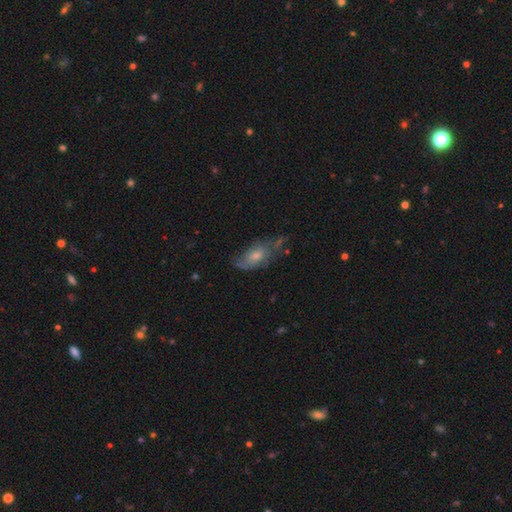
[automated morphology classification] The model was most divided on "smooth or featured": featured or disk: 53%, smooth: 35%, star or artifact: 12%. More confident: edge-on disk — no (86%); merging — none (52%).